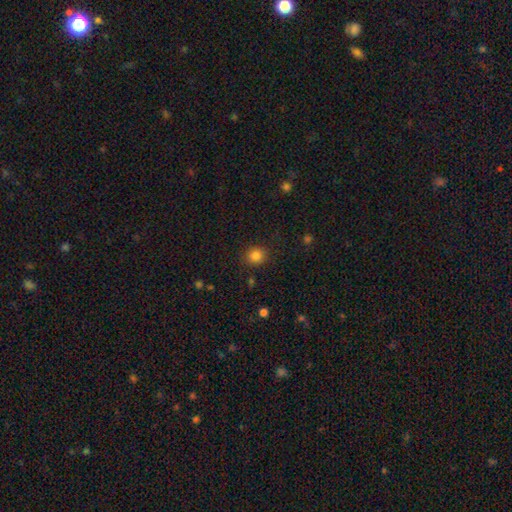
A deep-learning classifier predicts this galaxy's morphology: smooth 84%, star or artifact 12%, featured or disk 4%. Down the decision tree: how rounded — round (83%); merging — none (88%).